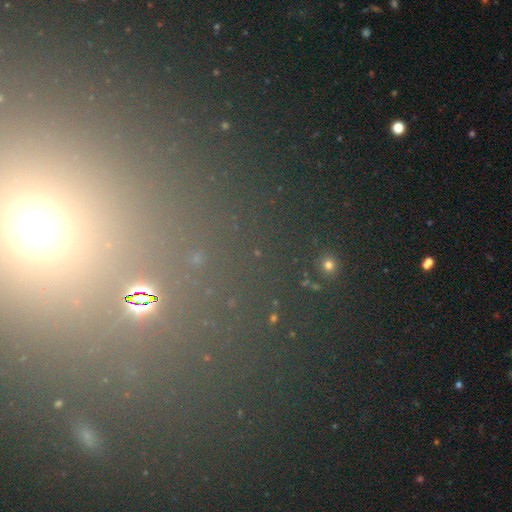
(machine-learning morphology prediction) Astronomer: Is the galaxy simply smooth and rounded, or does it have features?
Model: star or artifact — 70%.